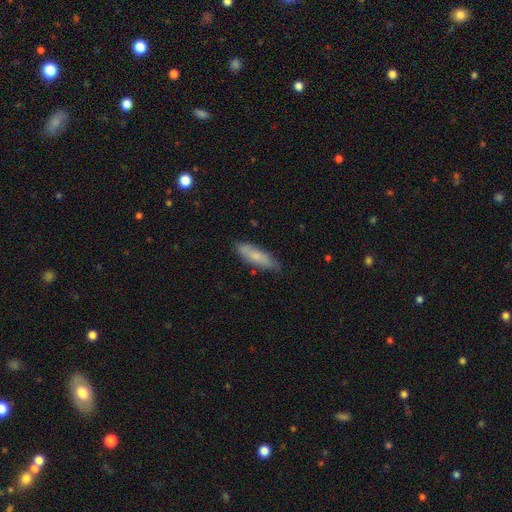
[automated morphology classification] Overall: smooth (71%). How rounded: cigar-shaped (62%; in between 37%). Merging: none (78%).